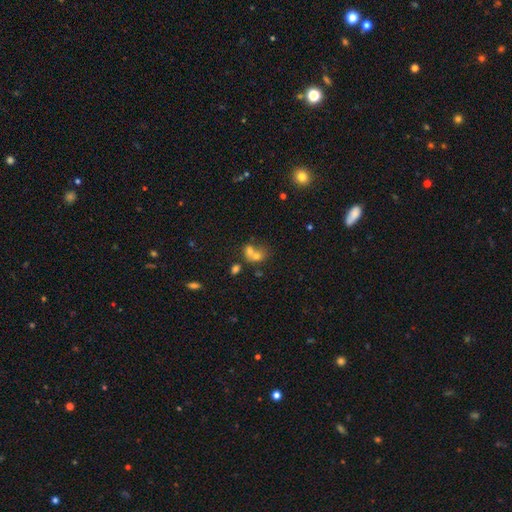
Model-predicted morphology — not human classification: The model was most divided on "how rounded": round: 56%, in between: 43%, cigar-shaped: 1%. More confident: merging — merger (66%); smooth or featured — smooth (63%).